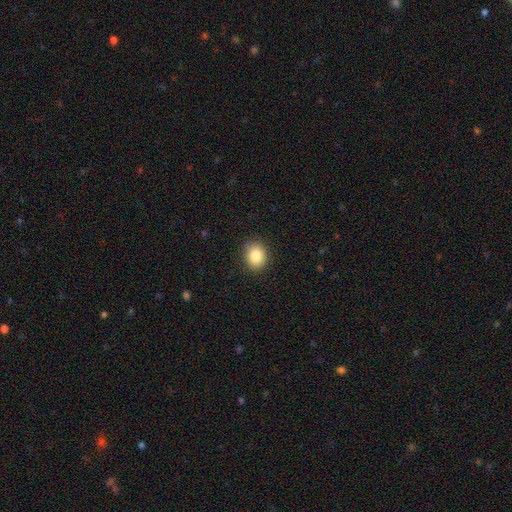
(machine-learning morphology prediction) Overall: smooth (85%). How rounded: round (55%; in between 44%). Merging: none (88%).